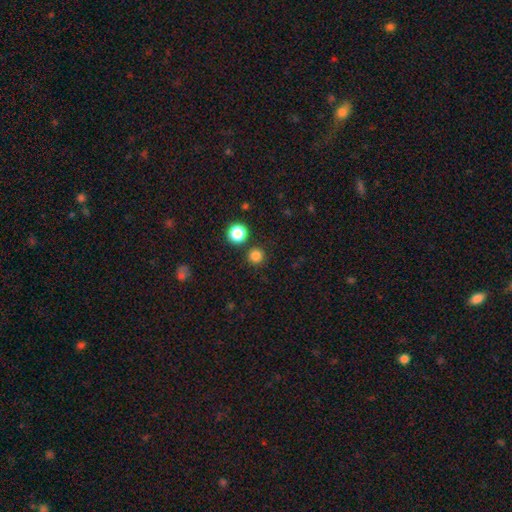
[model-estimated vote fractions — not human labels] A smooth galaxy with no disk features (81%) that is round (96%).

Vote fractions:
- Smooth or featured? smooth: 81% / star or artifact: 15% / featured or disk: 4%
- How rounded? round: 96% / in between: 3% / cigar-shaped: 1%
- Merging? none: 87% / merger: 5% / minor disturbance: 5% / major disturbance: 2%